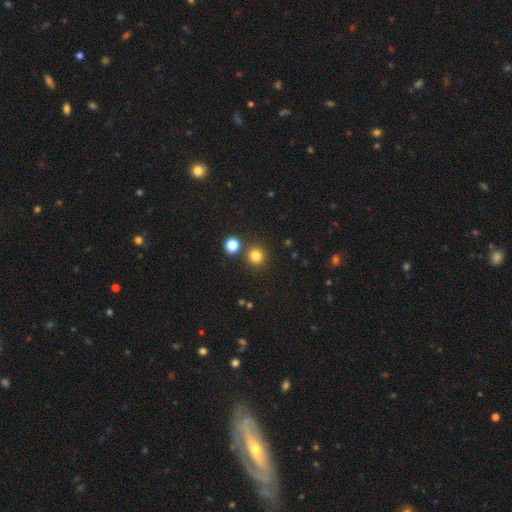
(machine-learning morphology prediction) The model was most divided on "smooth or featured": smooth: 81%, star or artifact: 14%, featured or disk: 5%. More confident: how rounded — round (91%); merging — none (83%).